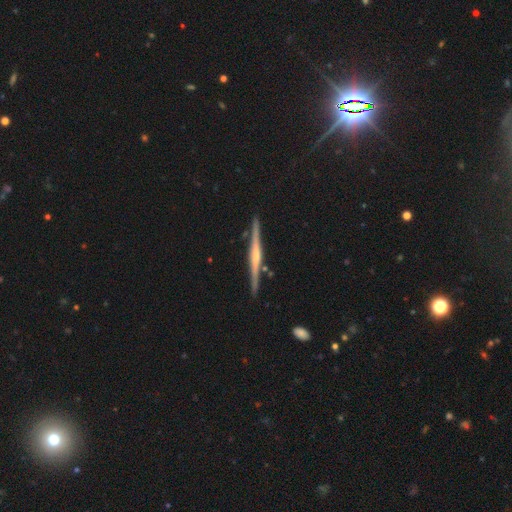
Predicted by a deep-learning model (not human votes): This is likely a featured or disk galaxy (78%). It is clearly viewed edge-on (98%). Edge-on bulge: possibly rounded (56%). Merging: clearly none (88%).